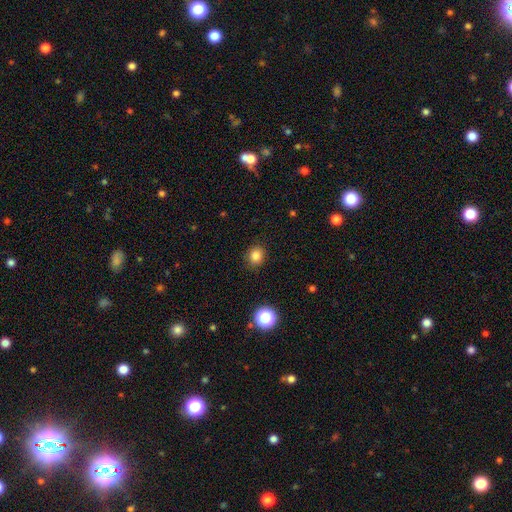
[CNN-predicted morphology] Smooth or featured?
  - smooth: 83% *
  - star or artifact: 13%
  - featured or disk: 4%
How rounded?
  - round: 78% *
  - in between: 21%
  - cigar-shaped: 1%
Merging?
  - none: 88% *
  - minor disturbance: 8%
  - major disturbance: 3%
  - merger: 1%